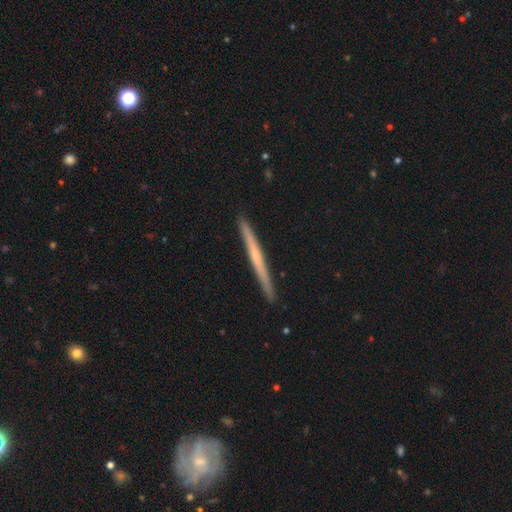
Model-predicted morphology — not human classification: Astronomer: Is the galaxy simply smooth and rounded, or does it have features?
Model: featured or disk — 59% (runner-up: smooth, 35%).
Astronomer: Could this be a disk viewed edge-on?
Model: yes — 98%.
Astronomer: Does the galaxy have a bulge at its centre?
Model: none — 65%.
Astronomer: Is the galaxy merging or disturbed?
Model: none — 93%.